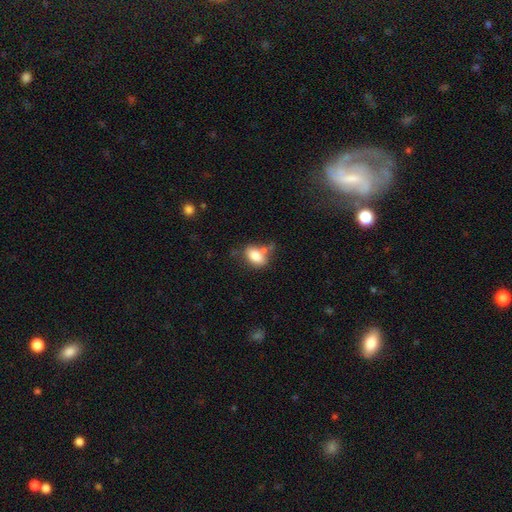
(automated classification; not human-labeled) This appears to be a smooth galaxy with no disk features (80%) that is in between round and cigar-shaped (84%). Merging: none (48%).